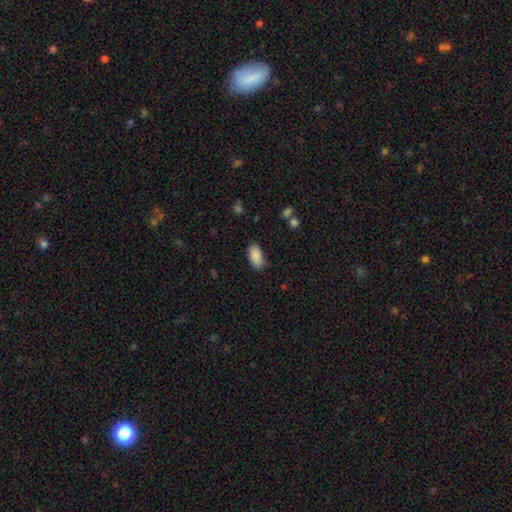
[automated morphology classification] The model was most divided on "merging": none: 78%, minor disturbance: 16%, major disturbance: 3%, merger: 2%. More confident: how rounded — in between (92%); smooth or featured — smooth (89%).